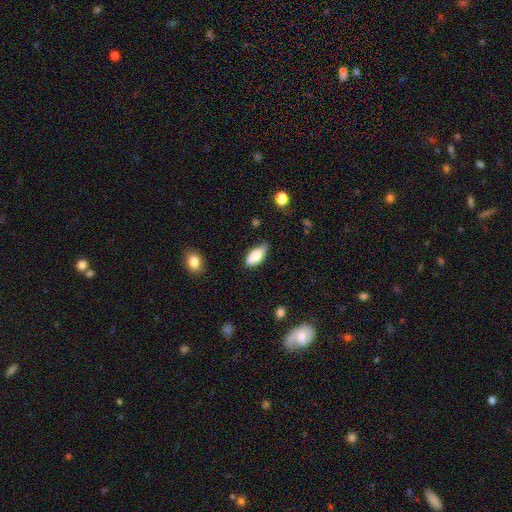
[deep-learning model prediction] This appears to be a smooth galaxy with no disk features (74%) that is in between round and cigar-shaped (86%). Merging: none (67%).